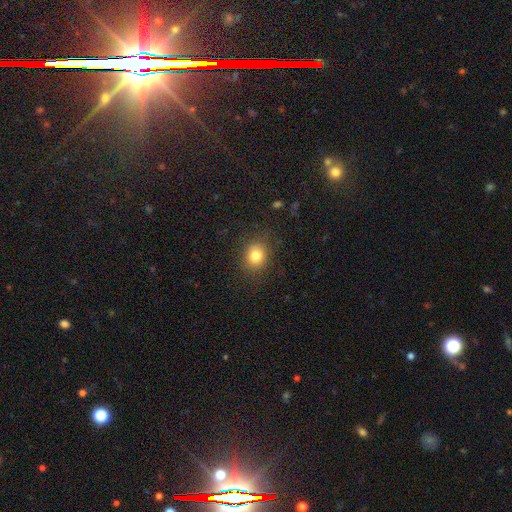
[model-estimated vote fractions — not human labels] smooth 80%, star or artifact 12%, featured or disk 8%. Down the decision tree: how rounded — round (69%); merging — none (85%).